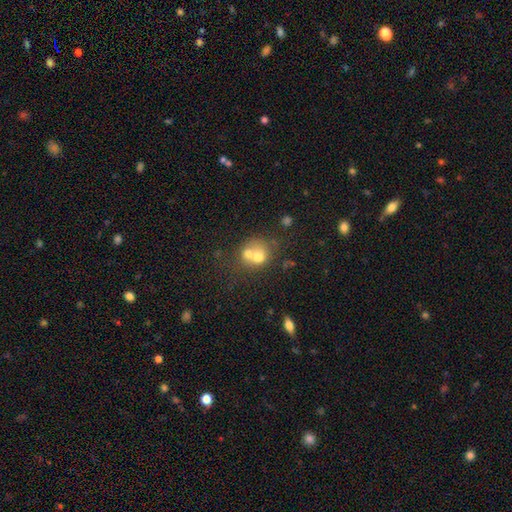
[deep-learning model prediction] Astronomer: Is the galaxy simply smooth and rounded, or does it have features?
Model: smooth — 63%.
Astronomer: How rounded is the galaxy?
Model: round — 72%.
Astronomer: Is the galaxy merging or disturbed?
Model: merger — 65%.